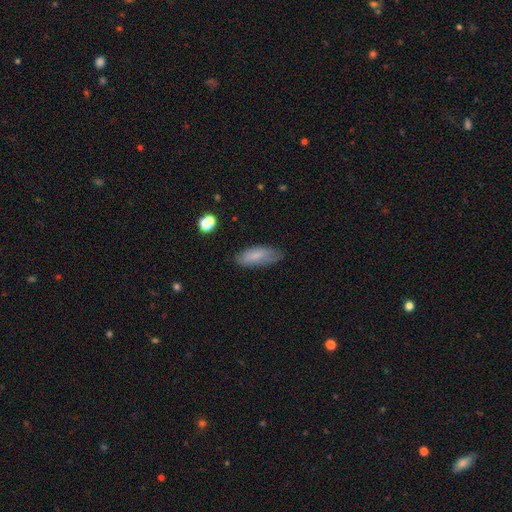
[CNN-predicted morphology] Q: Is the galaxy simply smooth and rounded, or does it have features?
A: smooth — 71%.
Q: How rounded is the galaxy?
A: in between — 73%.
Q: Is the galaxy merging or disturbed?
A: none — 68%.